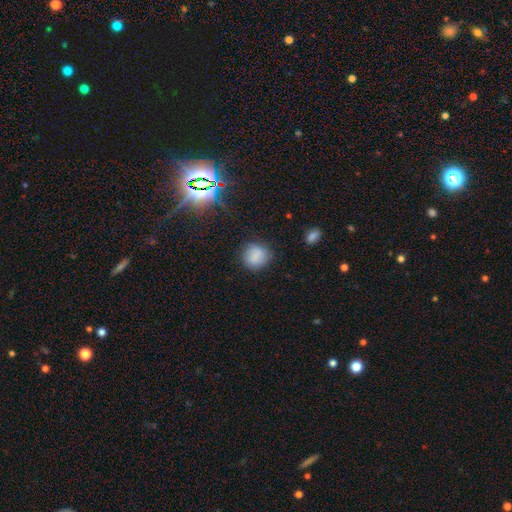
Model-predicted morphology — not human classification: Smooth or featured? smooth (79%)
How rounded? round (85%)
Merging? none (79%)